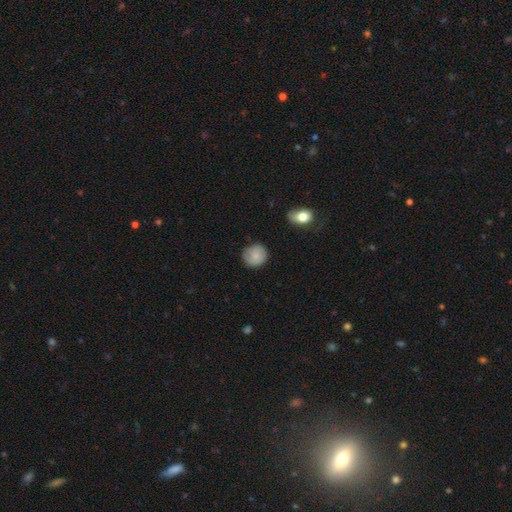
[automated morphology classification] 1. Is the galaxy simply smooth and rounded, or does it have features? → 80% smooth, 13% featured or disk, 7% star or artifact.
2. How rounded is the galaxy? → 87% round, 12% in between, 1% cigar-shaped.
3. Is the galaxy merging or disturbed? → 81% none, 15% minor disturbance, 3% major disturbance, 1% merger.